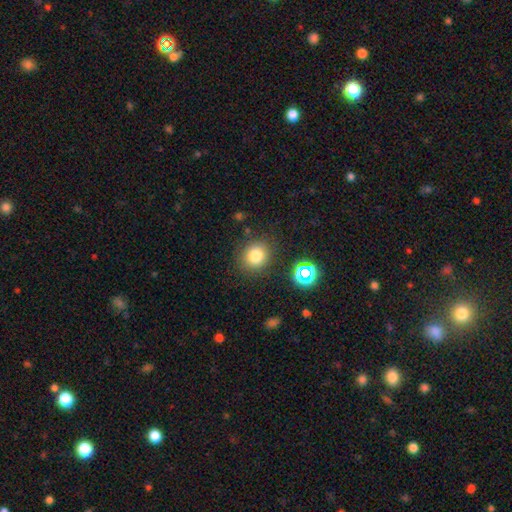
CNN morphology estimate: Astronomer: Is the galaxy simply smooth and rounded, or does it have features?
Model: smooth — 78%.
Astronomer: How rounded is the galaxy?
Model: round — 83%.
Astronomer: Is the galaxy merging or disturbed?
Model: none — 84%.